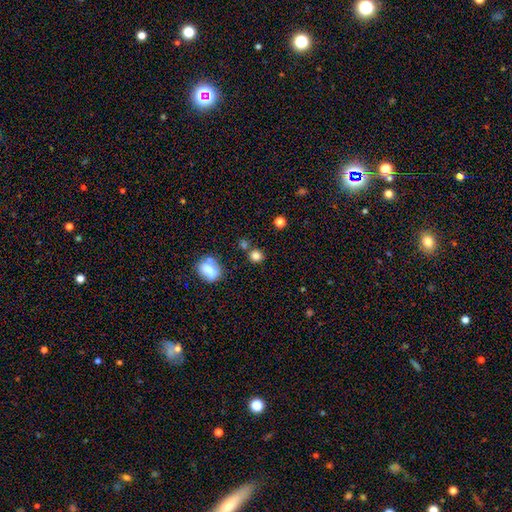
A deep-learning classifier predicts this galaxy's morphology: Overall: smooth (81%). How rounded: round (84%). Merging: none (72%).